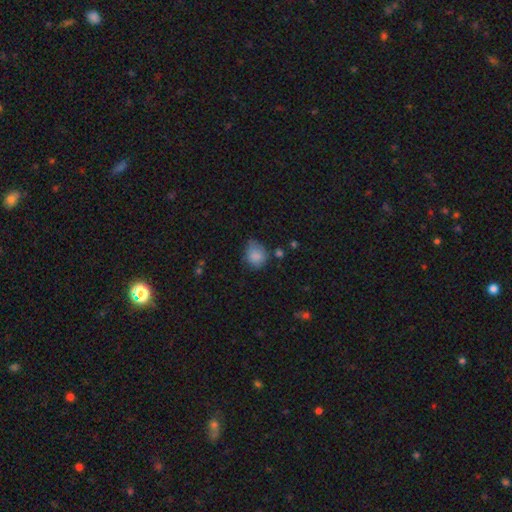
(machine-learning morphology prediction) This appears to be a smooth galaxy with no disk features (82%) that is round (55%). Merging: none (49%).